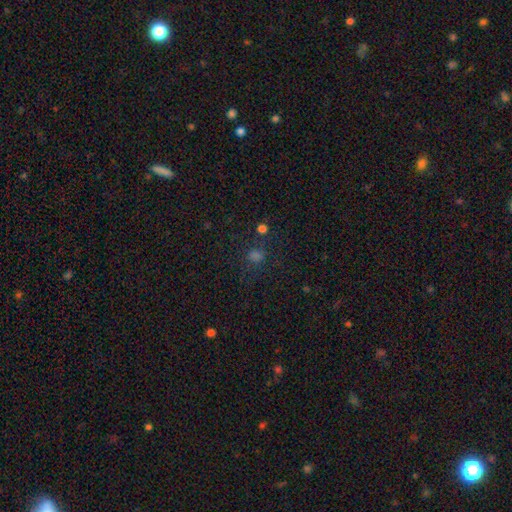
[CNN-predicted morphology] This appears to be a smooth galaxy with no disk features (53%) that is round (80%). Merging: none (74%).